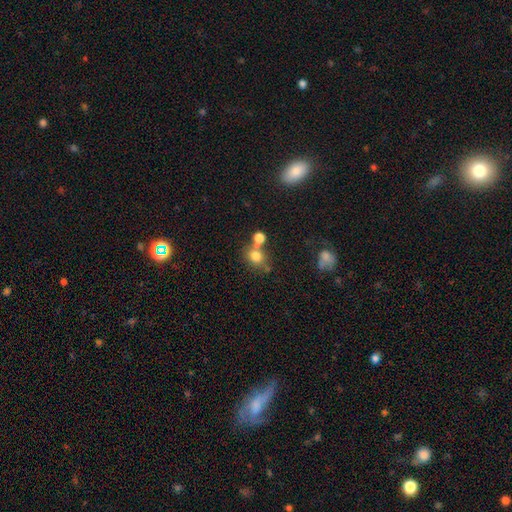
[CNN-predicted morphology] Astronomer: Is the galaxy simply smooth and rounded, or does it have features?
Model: smooth — 75%.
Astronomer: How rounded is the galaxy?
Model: round — 71%.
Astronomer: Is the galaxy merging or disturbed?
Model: none — 48% (runner-up: merger, 35%).